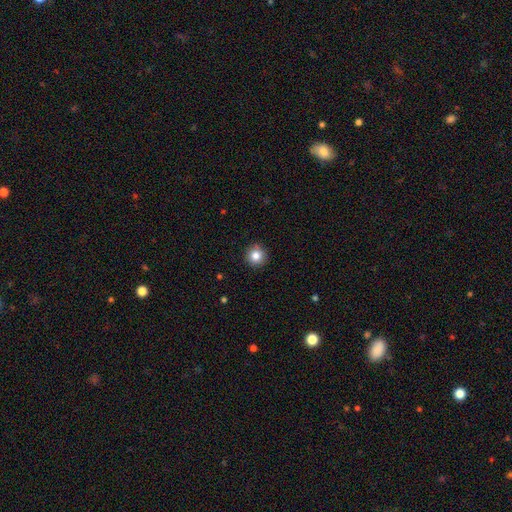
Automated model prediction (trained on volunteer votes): A smooth galaxy with no disk features (84%) that is round (95%). Merging: none (91%).